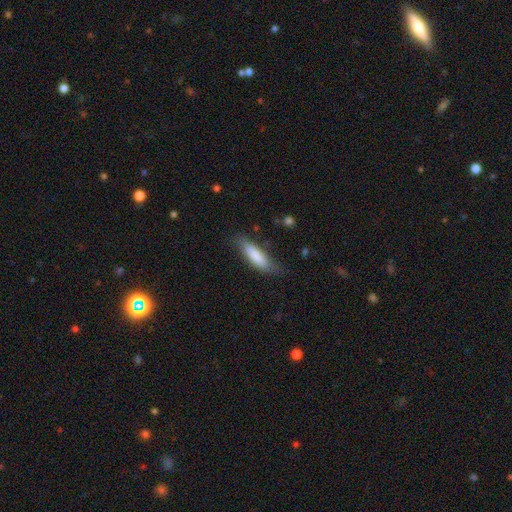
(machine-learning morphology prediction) Overall: smooth (81%). How rounded: cigar-shaped (59%; in between 40%). Merging: none (71%).